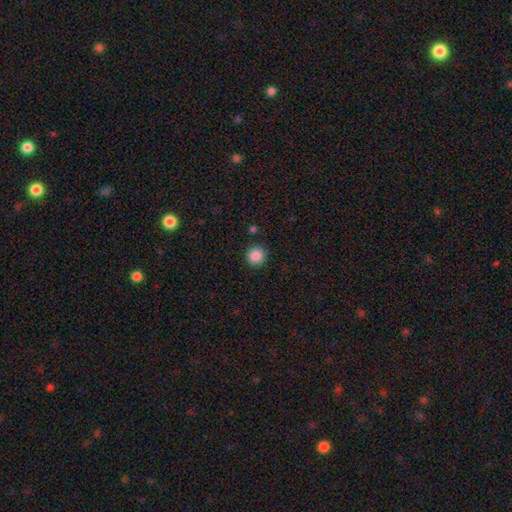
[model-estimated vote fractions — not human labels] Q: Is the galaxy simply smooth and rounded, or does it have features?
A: smooth — 88%.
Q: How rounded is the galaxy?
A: round — 94%.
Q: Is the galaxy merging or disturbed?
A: none — 90%.